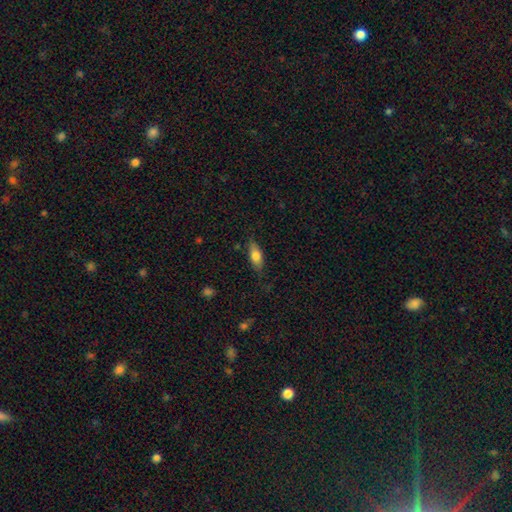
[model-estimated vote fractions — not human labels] Q: Smooth or featured?
A: smooth (72%); runner-up: featured or disk (21%)
Q: How rounded?
A: in between (71%); runner-up: cigar-shaped (26%)
Q: Merging?
A: none (78%); runner-up: minor disturbance (17%)